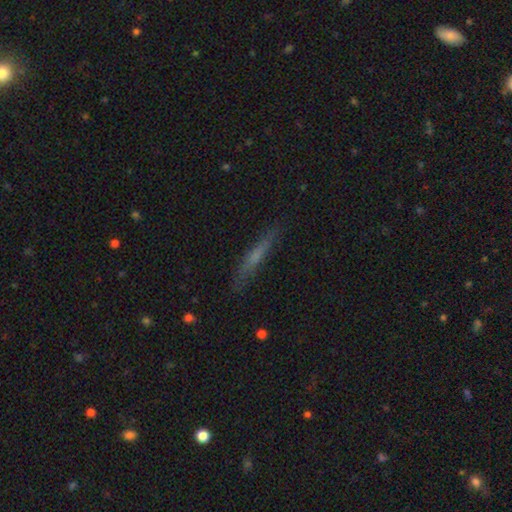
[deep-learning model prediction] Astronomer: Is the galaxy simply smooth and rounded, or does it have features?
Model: smooth — 46% (runner-up: featured or disk, 45%).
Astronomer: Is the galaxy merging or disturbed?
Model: none — 85%.